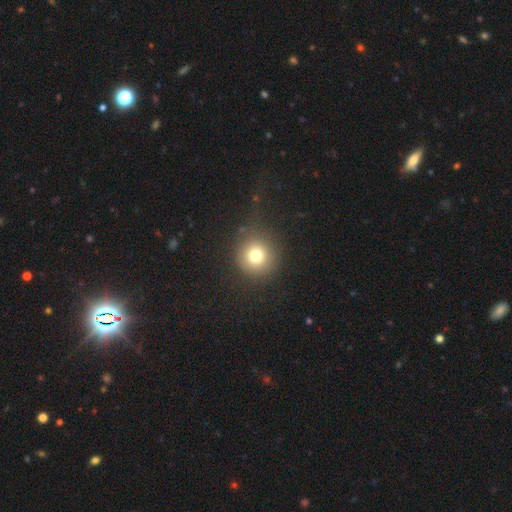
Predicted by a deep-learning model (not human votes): This is likely a smooth galaxy (76%). How rounded: clearly round (93%). Merging: clearly none (84%).